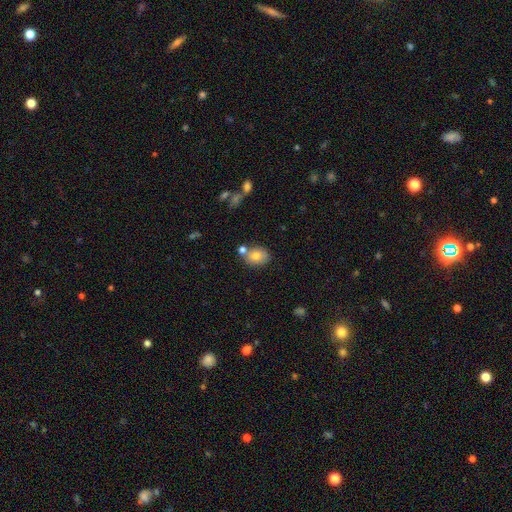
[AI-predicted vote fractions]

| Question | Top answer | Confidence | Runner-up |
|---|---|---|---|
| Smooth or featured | smooth | 77% | featured or disk (14%) |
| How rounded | in between | 58% | round (40%) |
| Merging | none | 63% | merger (20%) |